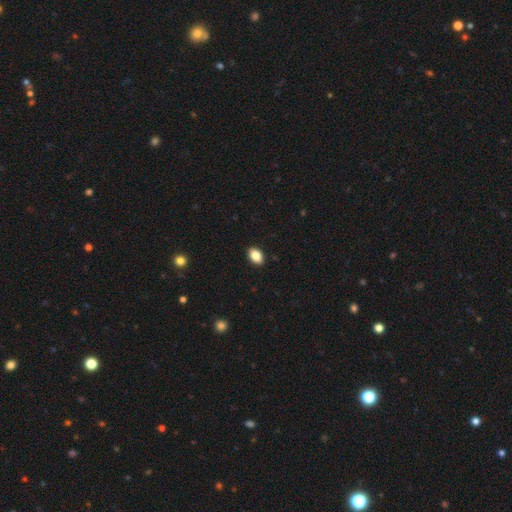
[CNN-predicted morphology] The model was most divided on "how rounded": in between: 85%, round: 13%, cigar-shaped: 1%. More confident: merging — none (90%); smooth or featured — smooth (86%).